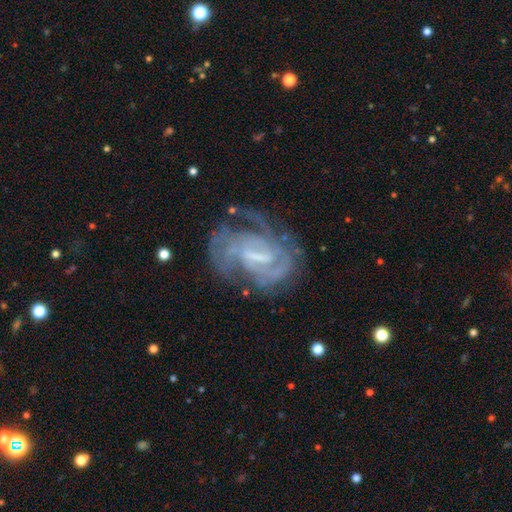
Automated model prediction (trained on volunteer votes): This appears to be a featured or disk galaxy (82%) with a weak bar (49%), tight (56%) spiral arms (93%) and a small central bulge (43%). Merging: none (64%).